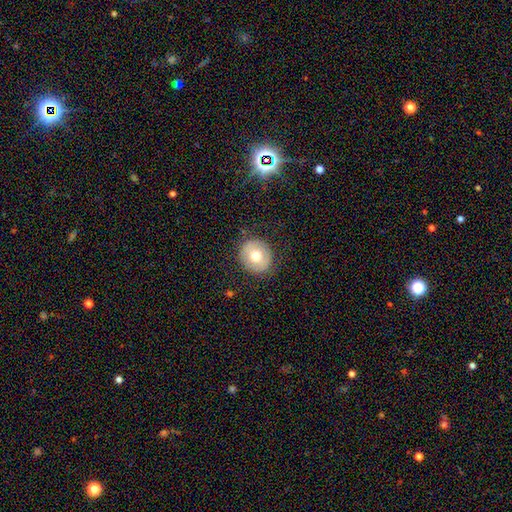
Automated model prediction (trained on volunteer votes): Smooth or featured: smooth — 69% (featured or disk — 23%)
How rounded: round — 81% (in between — 18%)
Merging: none — 85% (minor disturbance — 10%)